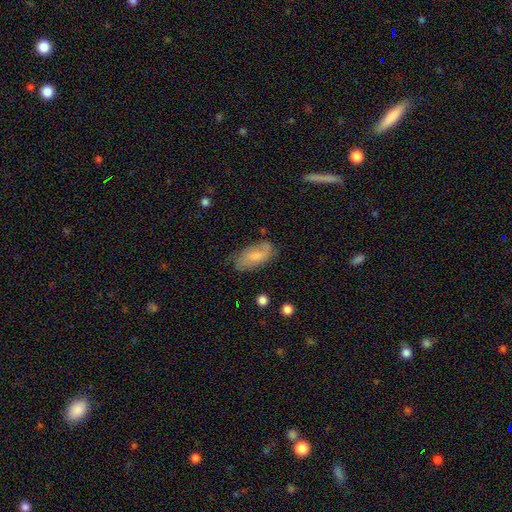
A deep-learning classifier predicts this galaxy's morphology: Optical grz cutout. It shows a smooth galaxy with no disk features (65%) that is in between round and cigar-shaped (91%). Merging: none (70%).